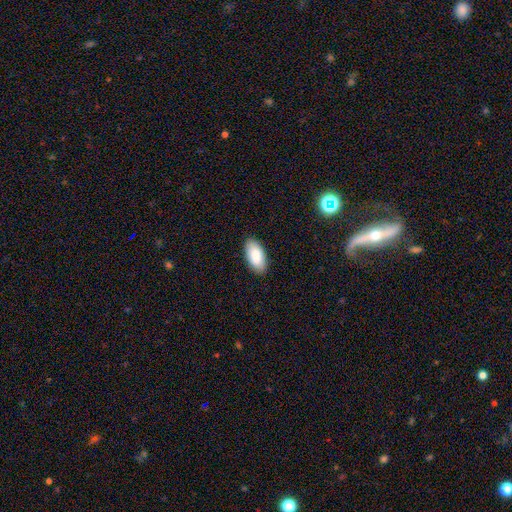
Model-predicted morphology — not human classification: Overall: smooth (87%). How rounded: in between (94%). Merging: none (88%).